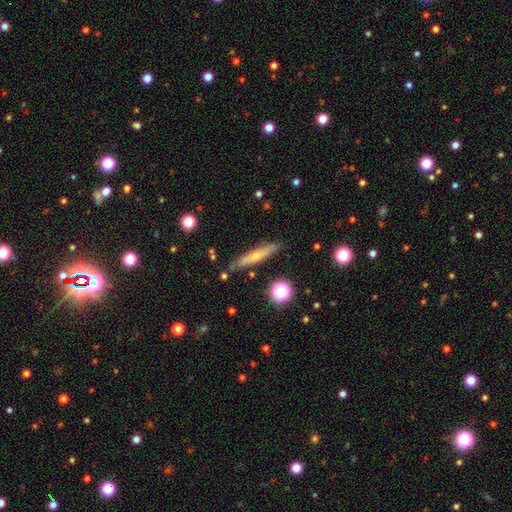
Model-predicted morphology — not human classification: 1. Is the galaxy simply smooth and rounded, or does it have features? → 53% featured or disk, 38% smooth, 9% star or artifact.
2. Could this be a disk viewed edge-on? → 84% yes, 16% no.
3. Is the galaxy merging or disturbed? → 82% none, 12% minor disturbance, 3% merger, 3% major disturbance.